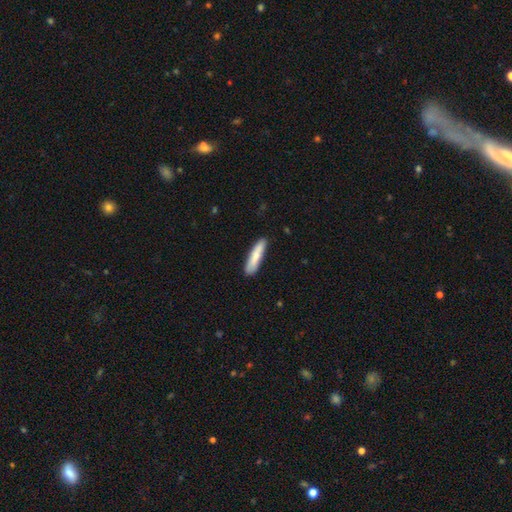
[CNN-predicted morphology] Overall: smooth (77%). How rounded: cigar-shaped (83%). Merging: none (85%).